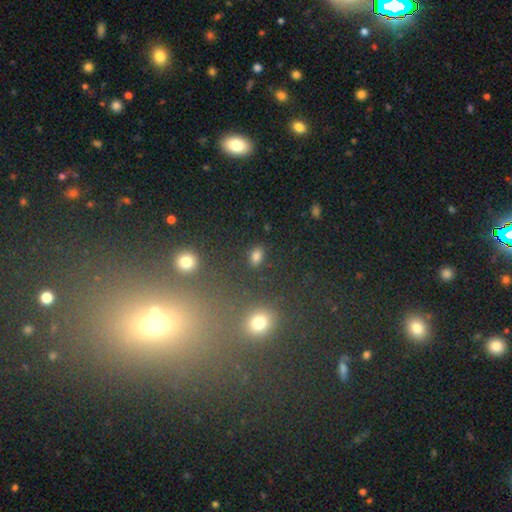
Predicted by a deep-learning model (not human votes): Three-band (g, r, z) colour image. It shows a smooth galaxy with no disk features (78%) that is in between round and cigar-shaped (71%). Merging: none (83%).